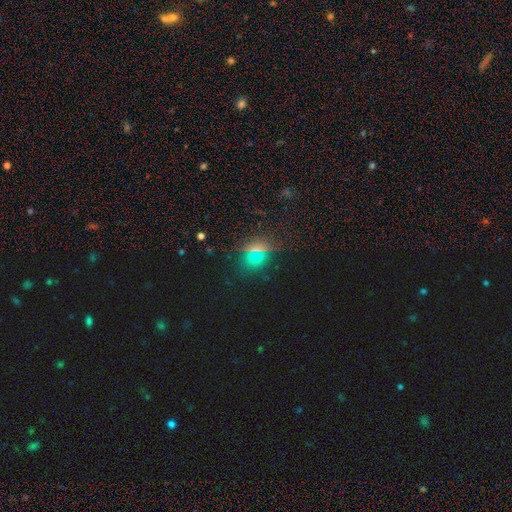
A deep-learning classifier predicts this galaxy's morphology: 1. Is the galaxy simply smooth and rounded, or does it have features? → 56% smooth, 36% star or artifact, 8% featured or disk.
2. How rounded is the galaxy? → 74% round, 22% in between, 3% cigar-shaped.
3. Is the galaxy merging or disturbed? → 82% none, 10% minor disturbance, 4% major disturbance, 4% merger.